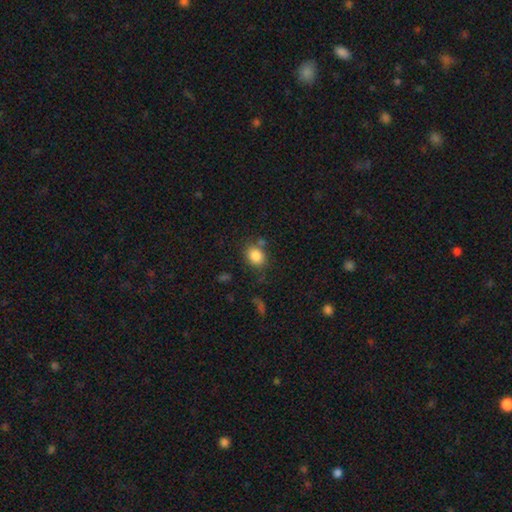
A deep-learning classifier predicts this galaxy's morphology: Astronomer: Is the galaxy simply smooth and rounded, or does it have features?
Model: smooth — 85%.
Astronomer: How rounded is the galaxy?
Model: in between — 55% (runner-up: round, 44%).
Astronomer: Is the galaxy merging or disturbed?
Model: none — 71%.